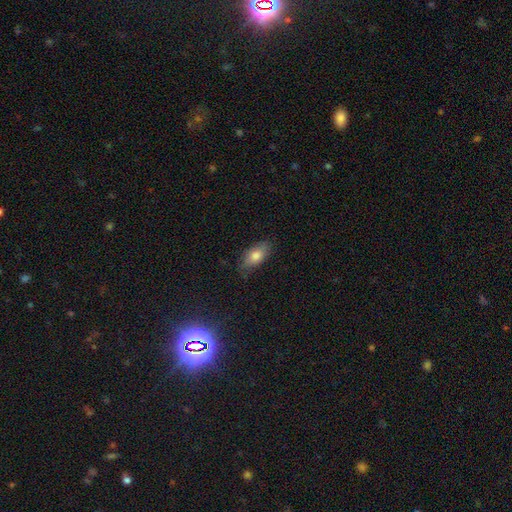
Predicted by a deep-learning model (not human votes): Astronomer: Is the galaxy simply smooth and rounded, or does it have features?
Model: smooth — 79%.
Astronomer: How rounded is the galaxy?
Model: in between — 88%.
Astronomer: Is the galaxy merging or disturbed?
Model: none — 77%.